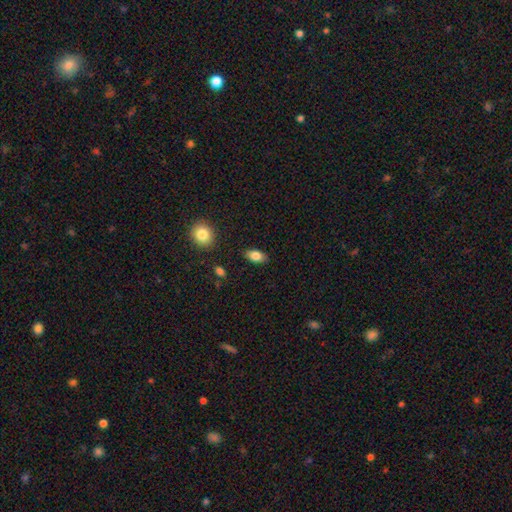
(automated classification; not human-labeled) Smooth or featured? smooth (81%)
How rounded? in between (89%)
Merging? none (87%)